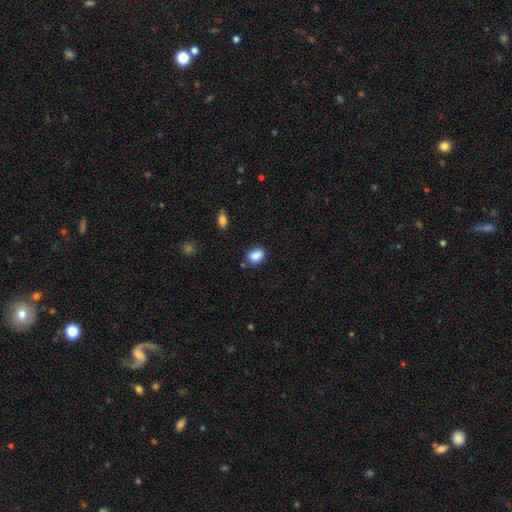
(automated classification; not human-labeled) smooth-or-featured: smooth: 87% | star or artifact: 9% | featured or disk: 5%
  how-rounded: in between: 64% | round: 35% | cigar-shaped: 1%
  merging: none: 75% | minor disturbance: 16% | merger: 6% | major disturbance: 4%